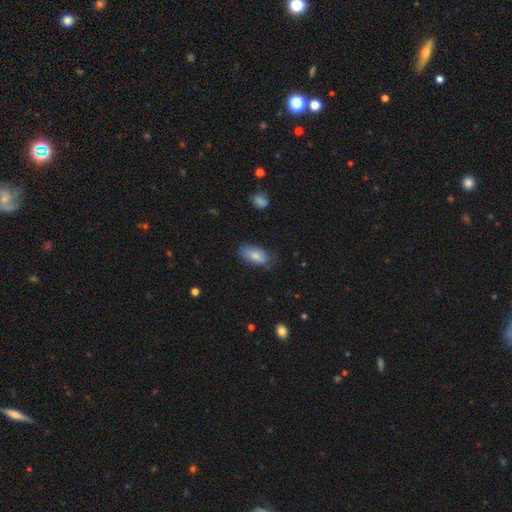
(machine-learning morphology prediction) A smooth galaxy with no disk features (81%) that is in between round and cigar-shaped (90%).

Vote fractions:
- Smooth or featured? smooth: 81% / featured or disk: 12% / star or artifact: 7%
- How rounded? in between: 90% / cigar-shaped: 7% / round: 3%
- Merging? none: 70% / minor disturbance: 23% / major disturbance: 5% / merger: 2%